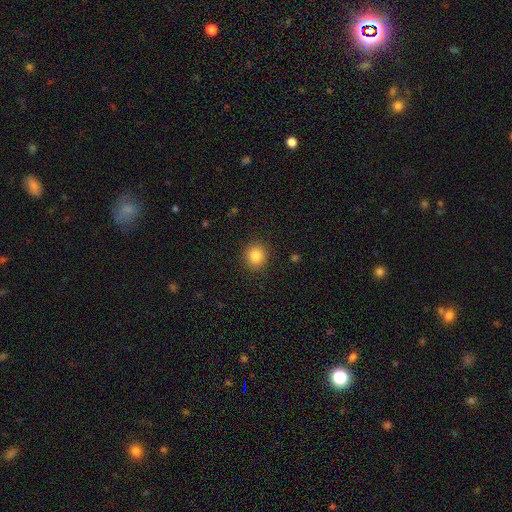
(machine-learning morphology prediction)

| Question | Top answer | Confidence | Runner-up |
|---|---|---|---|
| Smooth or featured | smooth | 85% | star or artifact (10%) |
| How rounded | round | 86% | in between (13%) |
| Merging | none | 90% | minor disturbance (7%) |